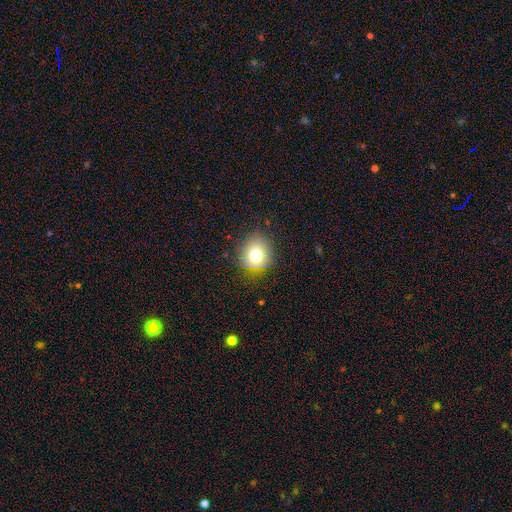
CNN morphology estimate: This appears to be a smooth galaxy with no disk features (75%) that is round (82%). Merging: none (80%).